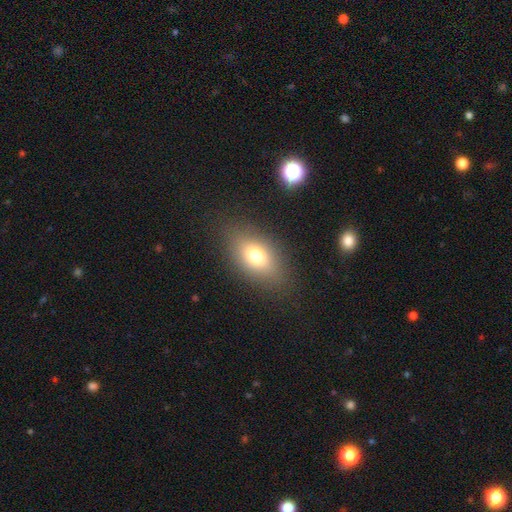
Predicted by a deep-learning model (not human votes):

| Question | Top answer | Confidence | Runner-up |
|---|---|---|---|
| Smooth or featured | smooth | 72% | featured or disk (16%) |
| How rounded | in between | 83% | round (14%) |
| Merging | none | 83% | minor disturbance (11%) |